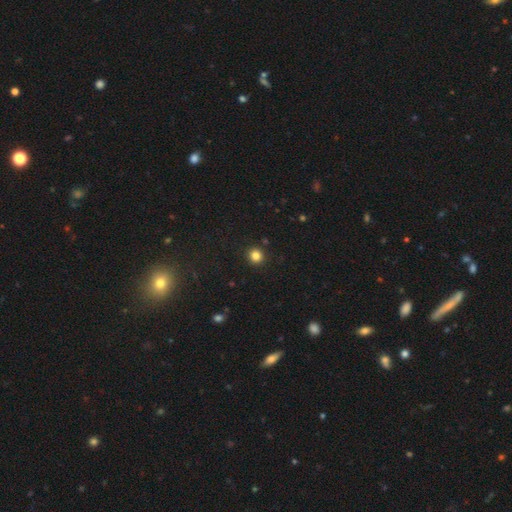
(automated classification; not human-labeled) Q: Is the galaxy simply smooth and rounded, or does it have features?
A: smooth — 83%.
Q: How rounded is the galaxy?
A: round — 92%.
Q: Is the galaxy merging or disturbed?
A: none — 92%.